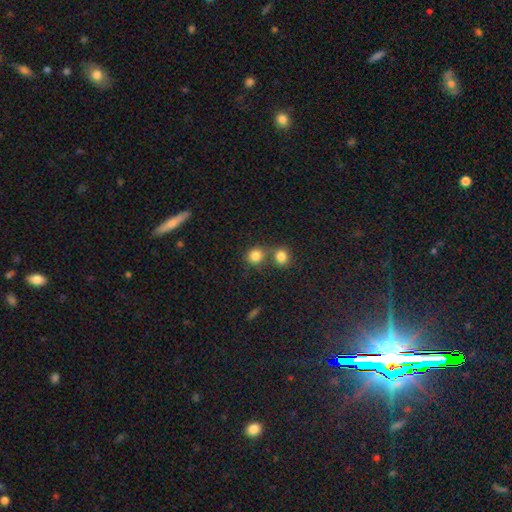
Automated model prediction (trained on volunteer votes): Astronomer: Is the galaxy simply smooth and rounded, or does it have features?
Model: smooth — 83%.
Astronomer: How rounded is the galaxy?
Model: round — 83%.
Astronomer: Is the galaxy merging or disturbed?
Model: none — 47% (runner-up: merger, 42%).